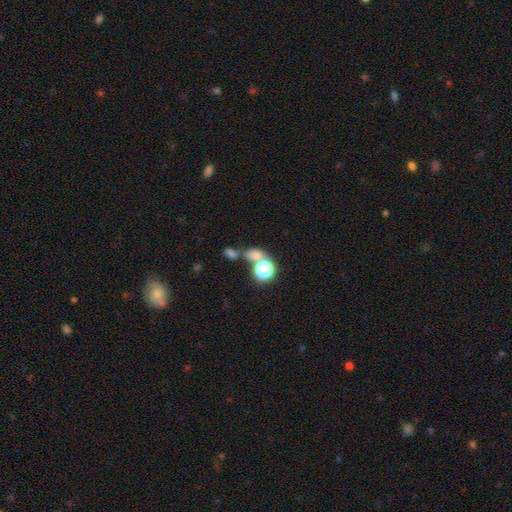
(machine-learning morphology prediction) smooth-or-featured: smooth: 60% | star or artifact: 28% | featured or disk: 11%
  how-rounded: round: 49% | in between: 48% | cigar-shaped: 3%
  merging: merger: 43% | none: 41% | minor disturbance: 10% | major disturbance: 7%